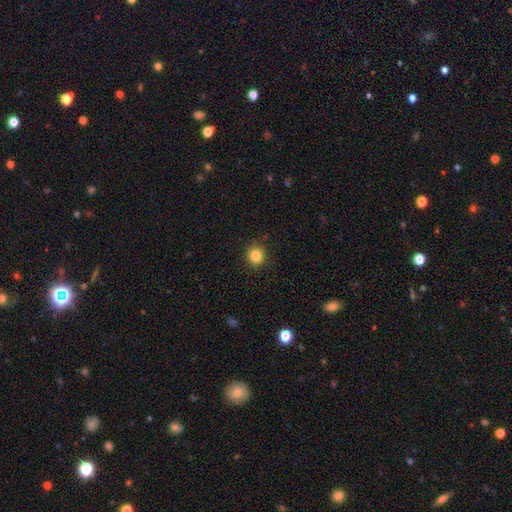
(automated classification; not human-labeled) This appears to be a smooth galaxy with no disk features (84%) that is round (87%). Merging: none (90%).